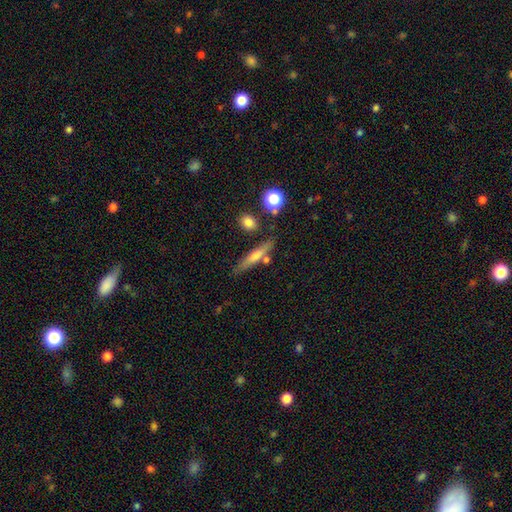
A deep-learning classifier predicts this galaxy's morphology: smooth 52%, featured or disk 40%, star or artifact 8%. Down the decision tree: how rounded — cigar-shaped (85%); merging — none (75%).